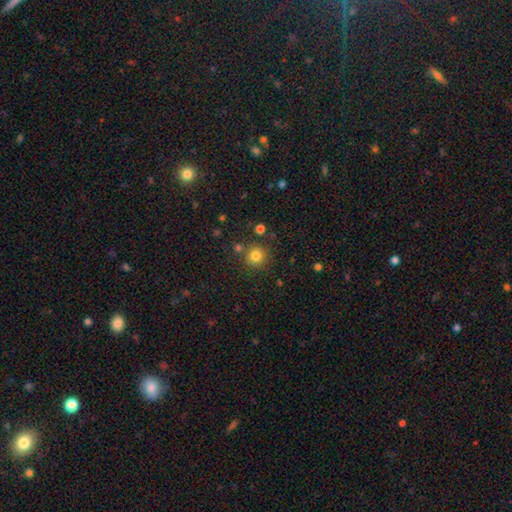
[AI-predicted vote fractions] This is clearly a smooth galaxy (81%). How rounded: clearly round (94%). Merging: clearly none (83%).